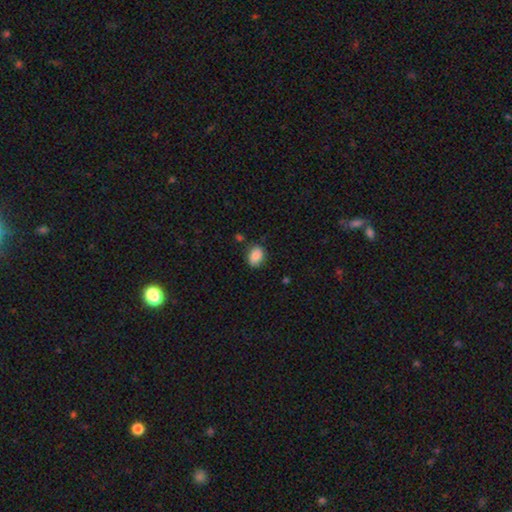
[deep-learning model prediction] This appears to be a smooth galaxy with no disk features (85%) that is in between round and cigar-shaped (71%). Merging: none (75%).